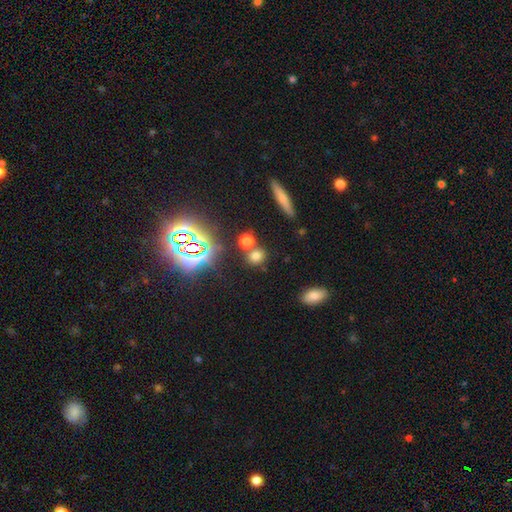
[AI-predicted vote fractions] Smooth or featured: smooth — 66% (star or artifact — 26%)
How rounded: round — 76% (in between — 21%)
Merging: none — 64% (merger — 23%)